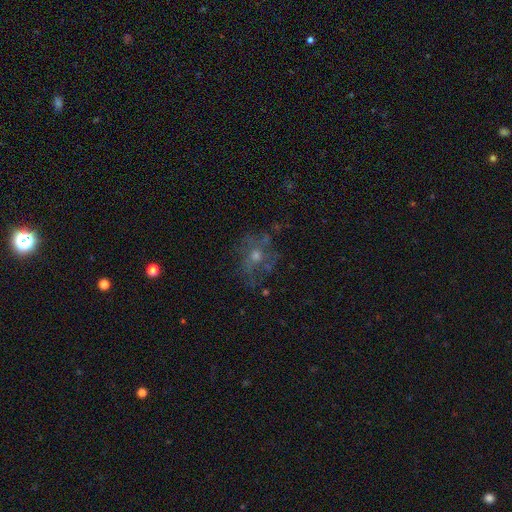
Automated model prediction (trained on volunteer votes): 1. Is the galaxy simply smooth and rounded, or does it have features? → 54% featured or disk, 26% smooth, 20% star or artifact.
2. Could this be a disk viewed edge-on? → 96% no, 4% yes.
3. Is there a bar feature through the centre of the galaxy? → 82% no, 15% weak, 3% strong.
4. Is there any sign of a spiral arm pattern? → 59% no, 41% yes.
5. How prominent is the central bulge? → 53% moderate, 37% small, 5% none, 4% large, 1% dominant.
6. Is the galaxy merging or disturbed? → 58% none, 20% major disturbance, 19% minor disturbance, 3% merger.